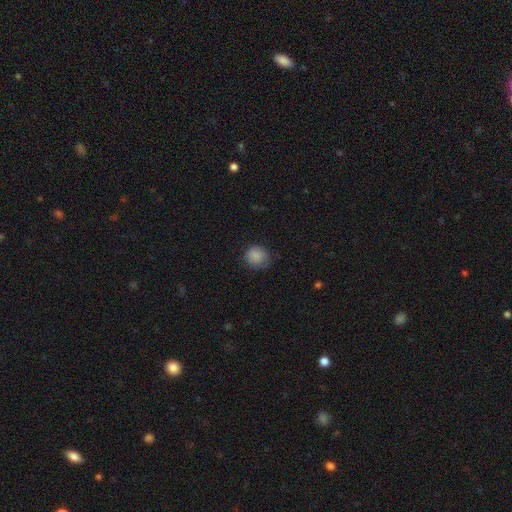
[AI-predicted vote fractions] Overall: smooth (86%). How rounded: round (80%). Merging: none (73%).